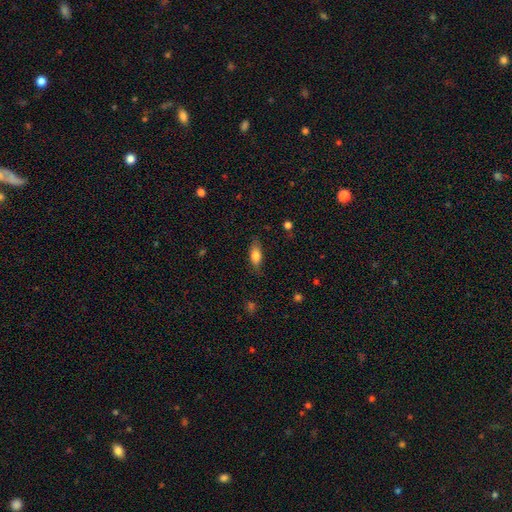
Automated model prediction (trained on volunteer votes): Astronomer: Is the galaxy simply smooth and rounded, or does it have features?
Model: smooth — 80%.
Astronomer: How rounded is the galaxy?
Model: in between — 78%.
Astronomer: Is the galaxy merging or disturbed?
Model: none — 77%.